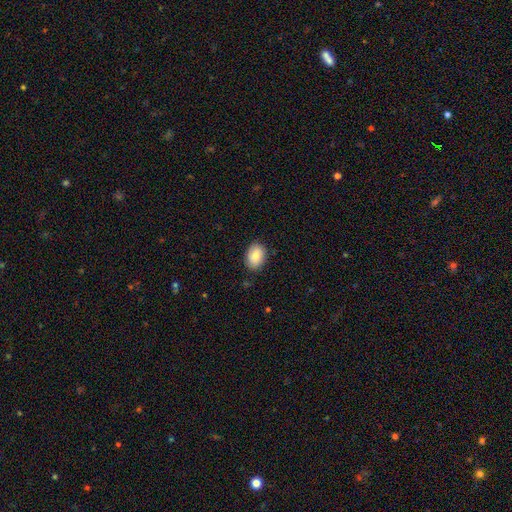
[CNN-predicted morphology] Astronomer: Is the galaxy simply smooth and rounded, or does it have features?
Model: smooth — 84%.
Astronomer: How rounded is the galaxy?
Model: in between — 82%.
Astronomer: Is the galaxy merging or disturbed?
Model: none — 84%.